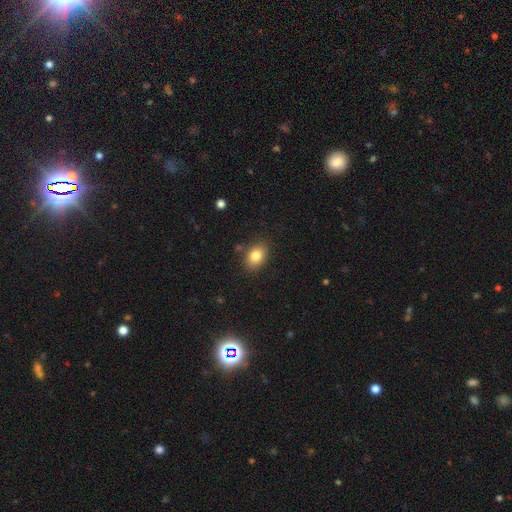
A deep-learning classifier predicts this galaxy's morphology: smooth-or-featured: smooth: 82% | star or artifact: 9% | featured or disk: 9%
  how-rounded: in between: 76% | round: 23% | cigar-shaped: 1%
  merging: none: 83% | minor disturbance: 12% | major disturbance: 3% | merger: 3%